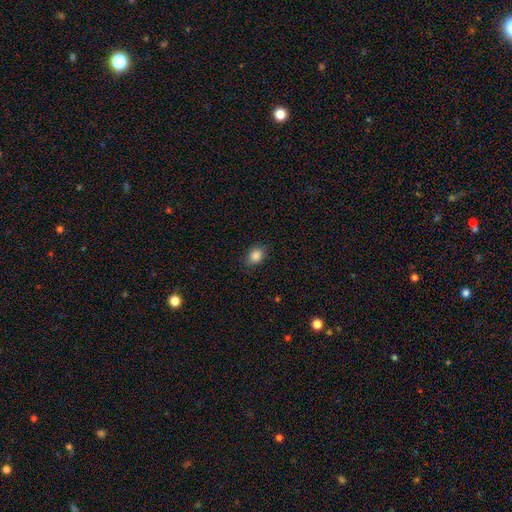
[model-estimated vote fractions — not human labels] smooth-or-featured: smooth: 86% | star or artifact: 9% | featured or disk: 5%
  how-rounded: in between: 63% | round: 36% | cigar-shaped: 1%
  merging: none: 85% | minor disturbance: 11% | major disturbance: 3% | merger: 1%